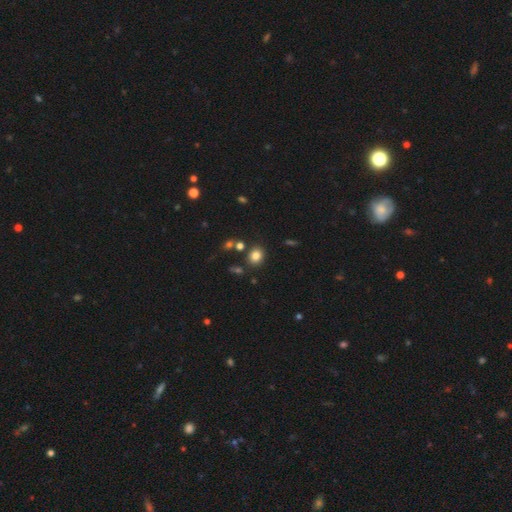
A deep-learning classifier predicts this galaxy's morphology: Smooth or featured? Predicted: smooth (p=0.81). How rounded? Predicted: round (p=0.66). Merging? Predicted: none (p=0.83).